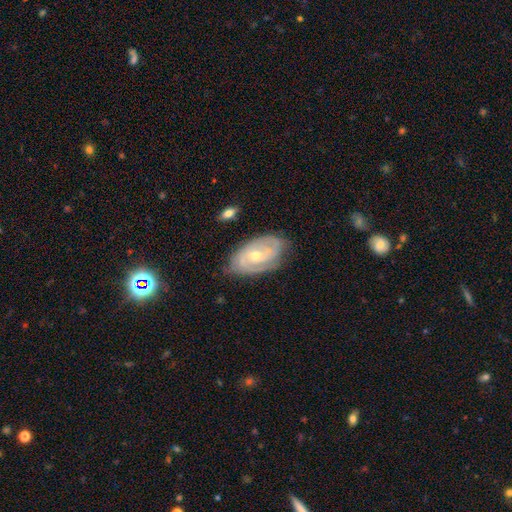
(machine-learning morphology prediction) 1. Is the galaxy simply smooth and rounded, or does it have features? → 80% featured or disk, 13% smooth, 6% star or artifact.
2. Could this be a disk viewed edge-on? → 95% no, 5% yes.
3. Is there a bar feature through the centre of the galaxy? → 62% no, 31% weak, 7% strong.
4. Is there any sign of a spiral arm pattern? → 91% yes, 9% no.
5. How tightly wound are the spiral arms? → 64% tight, 29% medium, 7% loose.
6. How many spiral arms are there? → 45% 2, 31% can't tell, 14% 3, 4% 1, 4% 4, 3% more than 4.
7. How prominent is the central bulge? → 55% small, 42% moderate, 1% large, 1% none, 1% dominant.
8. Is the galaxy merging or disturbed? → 71% none, 22% minor disturbance, 5% major disturbance, 2% merger.